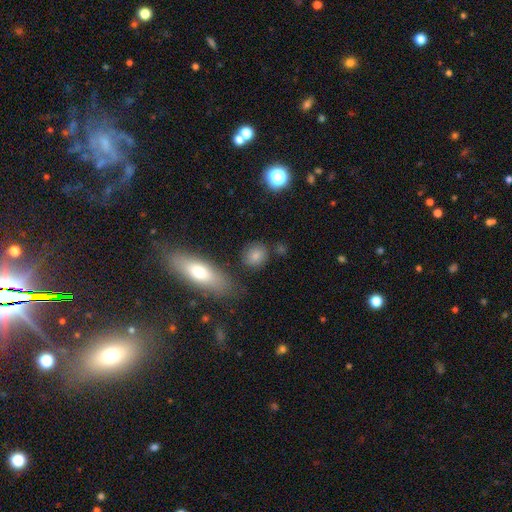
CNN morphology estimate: smooth_or_featured: smooth (p=0.81) [alt: star or artifact p=0.11]
how_rounded: round (p=0.70) [alt: in between p=0.27]
merging: none (p=0.79) [alt: minor disturbance p=0.11]